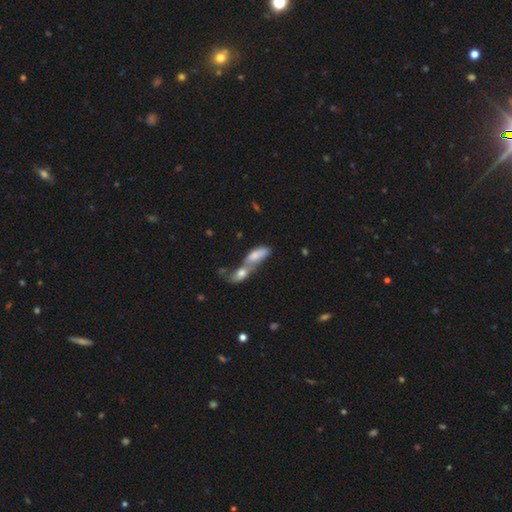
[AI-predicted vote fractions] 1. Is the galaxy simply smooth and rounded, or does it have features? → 74% smooth, 18% featured or disk, 8% star or artifact.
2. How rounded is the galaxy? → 75% in between, 21% cigar-shaped, 4% round.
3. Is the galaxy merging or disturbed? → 80% merger, 10% none, 5% minor disturbance, 5% major disturbance.